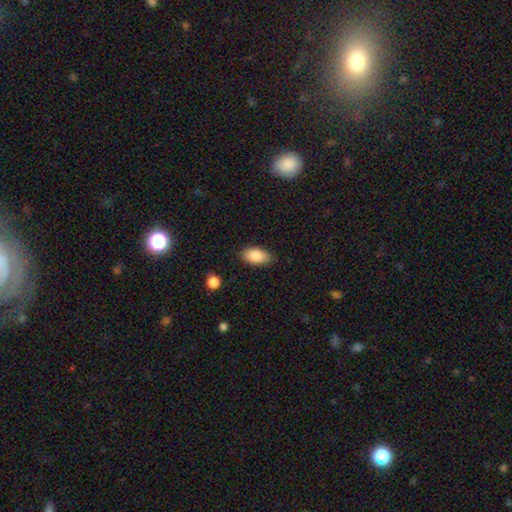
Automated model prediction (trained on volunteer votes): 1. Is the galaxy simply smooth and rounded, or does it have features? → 88% smooth, 7% star or artifact, 5% featured or disk.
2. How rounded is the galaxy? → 93% in between, 4% round, 3% cigar-shaped.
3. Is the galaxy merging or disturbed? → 82% none, 14% minor disturbance, 3% major disturbance, 1% merger.